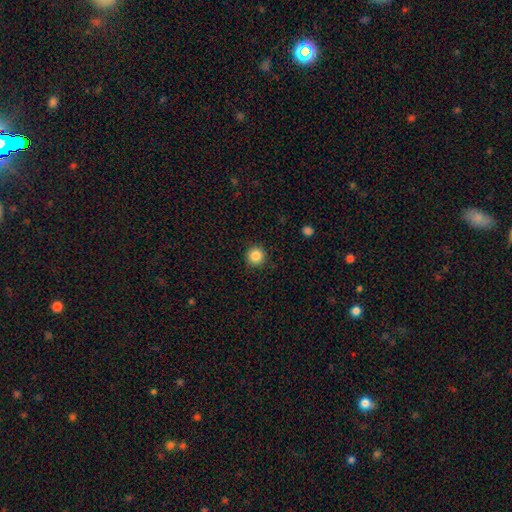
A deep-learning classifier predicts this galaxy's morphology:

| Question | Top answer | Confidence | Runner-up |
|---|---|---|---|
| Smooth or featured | smooth | 85% | star or artifact (10%) |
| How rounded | round | 95% | in between (4%) |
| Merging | none | 91% | minor disturbance (6%) |